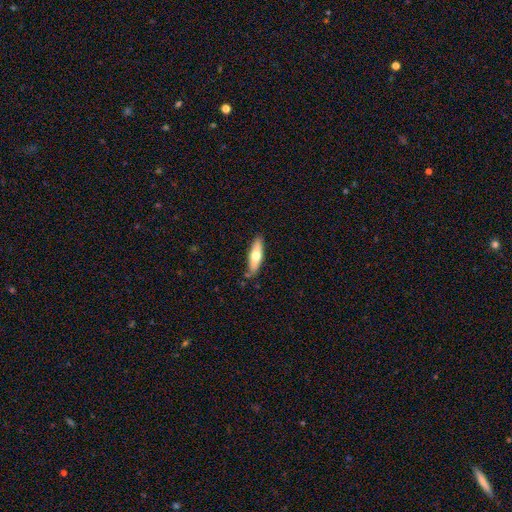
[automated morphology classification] This is possibly a smooth galaxy (57%). How rounded: possibly cigar-shaped (58%). Merging: clearly none (83%).